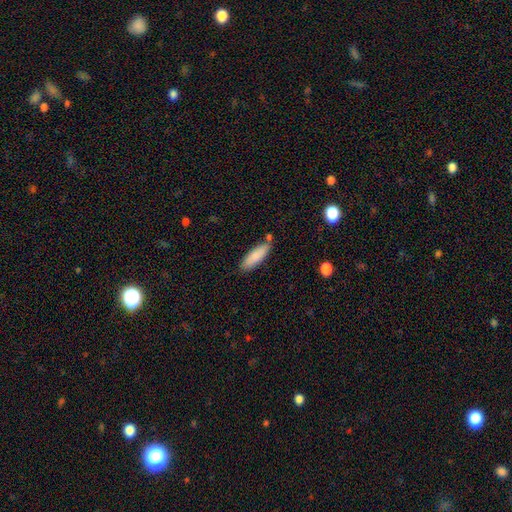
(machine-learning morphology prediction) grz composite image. It shows a smooth galaxy with no disk features (83%) that is in between round and cigar-shaped (51%). Merging: none (73%).